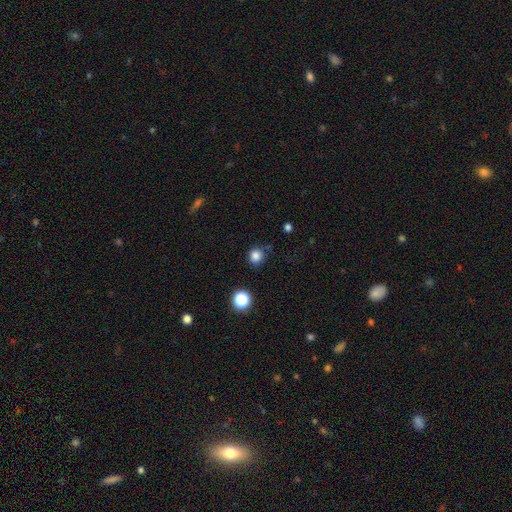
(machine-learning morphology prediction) smooth 83%, star or artifact 13%, featured or disk 4%. Down the decision tree: how rounded — round (88%); merging — none (77%).